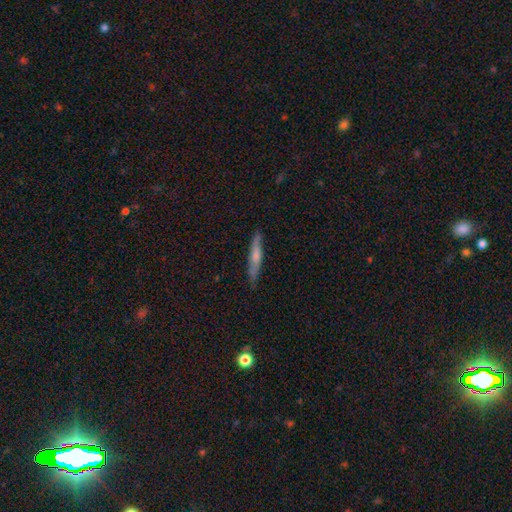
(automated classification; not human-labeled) Q: Smooth or featured?
A: smooth (56%); runner-up: featured or disk (38%)
Q: How rounded?
A: cigar-shaped (92%); runner-up: in between (6%)
Q: Merging?
A: none (84%); runner-up: minor disturbance (12%)